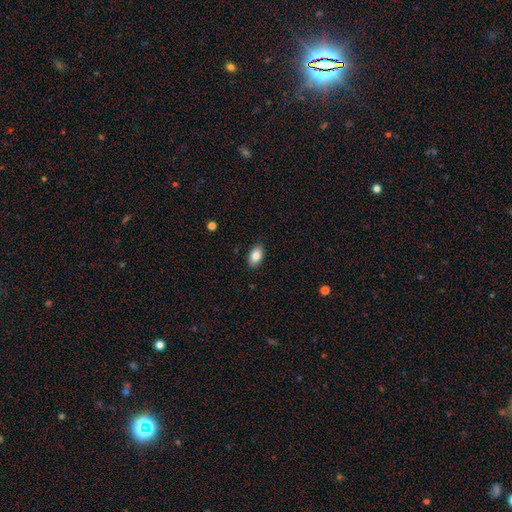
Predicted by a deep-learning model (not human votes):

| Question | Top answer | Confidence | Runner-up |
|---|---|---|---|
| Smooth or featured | smooth | 85% | star or artifact (7%) |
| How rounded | in between | 92% | round (7%) |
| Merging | none | 88% | minor disturbance (9%) |